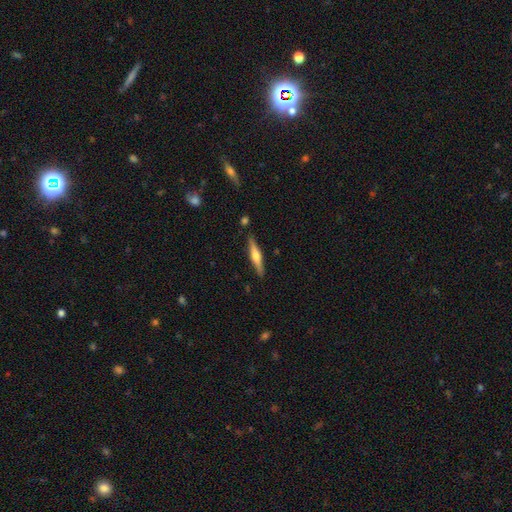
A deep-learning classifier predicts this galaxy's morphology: featured or disk 65%, smooth 30%, star or artifact 6%. Down the decision tree: edge-on disk — yes (97%); edge-on bulge — rounded (90%); merging — none (87%).